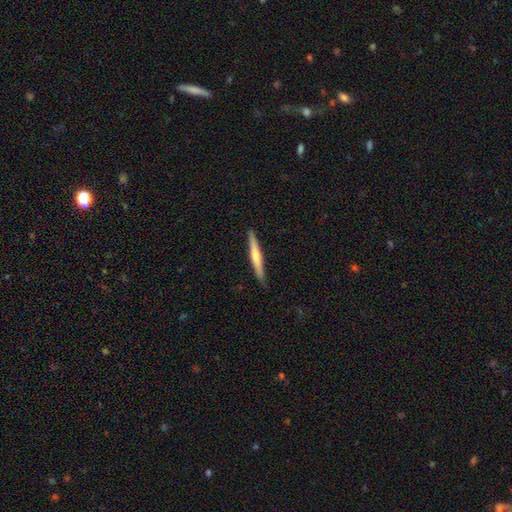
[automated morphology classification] type=featured or disk (52%); edge-on=yes (97%); edge-on bulge=rounded (67%); merging=none (90%).